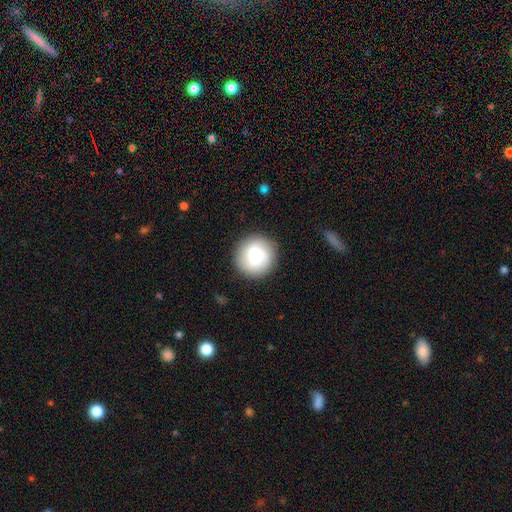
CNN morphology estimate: This is likely a smooth galaxy (72%). How rounded: clearly round (94%). Merging: clearly none (88%).